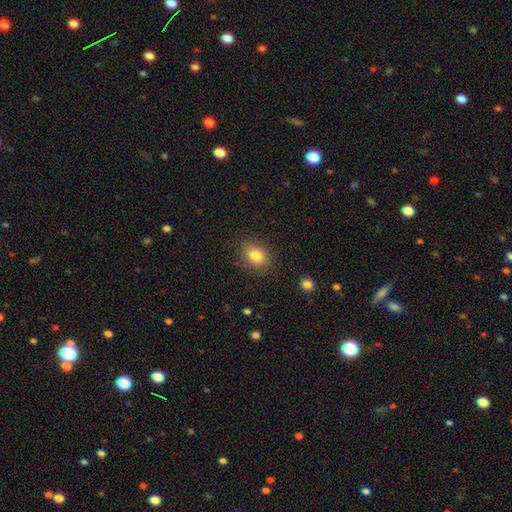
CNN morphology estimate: Smooth or featured: smooth — 82% (star or artifact — 10%)
How rounded: in between — 58% (round — 41%)
Merging: none — 85% (minor disturbance — 11%)